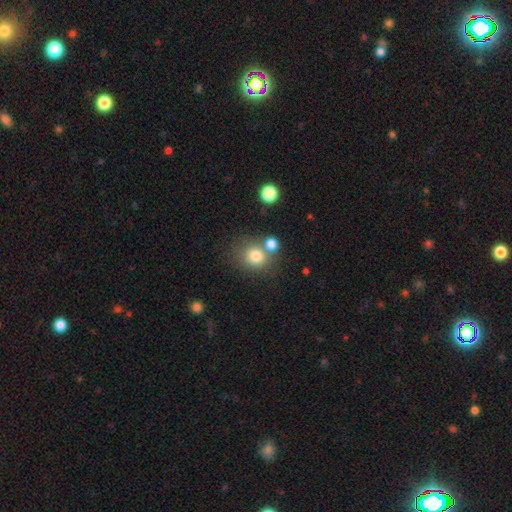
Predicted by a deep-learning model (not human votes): smooth-or-featured: smooth: 78% | star or artifact: 12% | featured or disk: 10%
  how-rounded: round: 80% | in between: 19% | cigar-shaped: 1%
  merging: none: 60% | merger: 25% | minor disturbance: 11% | major disturbance: 5%